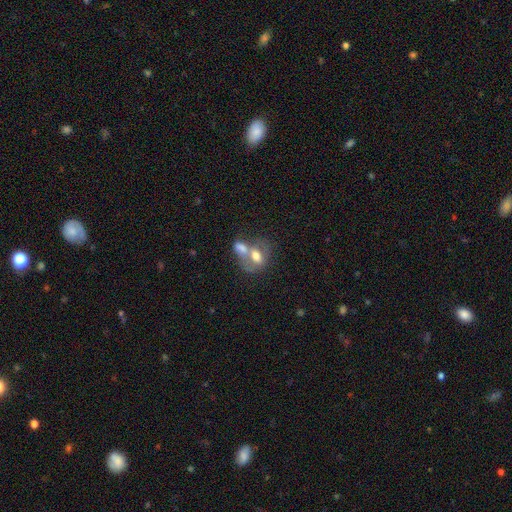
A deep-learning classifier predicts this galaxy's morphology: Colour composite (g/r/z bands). It shows a smooth galaxy with no disk features (58%) that is in between round and cigar-shaped (74%). Merging: merger (64%).